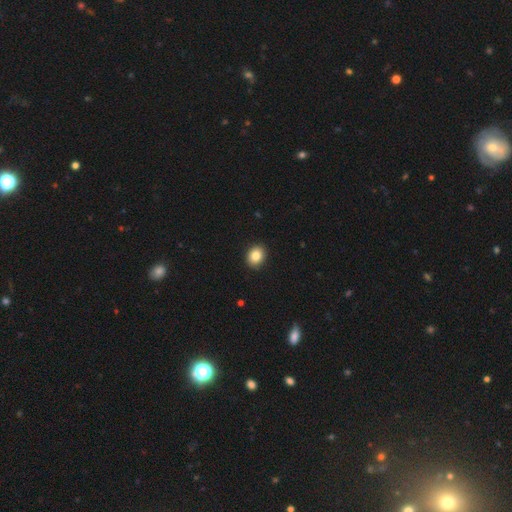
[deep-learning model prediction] Morphology: type=smooth (85%); roundness=round (55%); merging=none (91%).